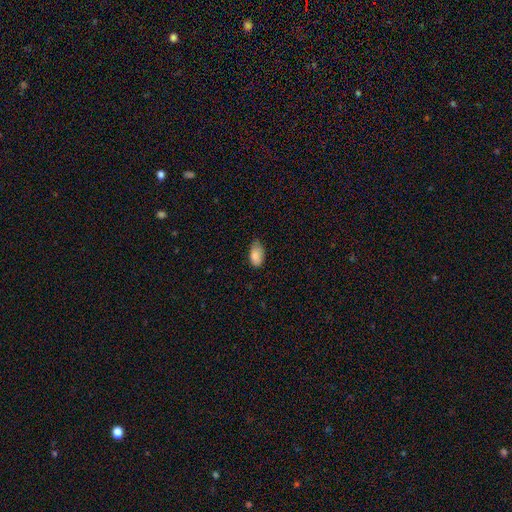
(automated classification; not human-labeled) Smooth or featured: smooth — 86% (star or artifact — 7%)
How rounded: in between — 93% (round — 4%)
Merging: none — 60% (minor disturbance — 33%)